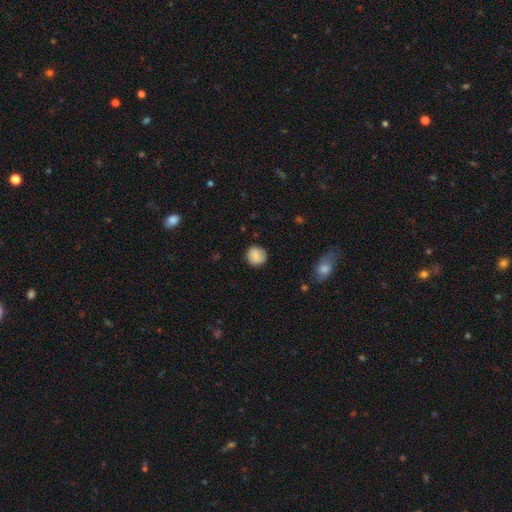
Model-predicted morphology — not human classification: Q: Smooth or featured?
A: smooth (84%); runner-up: star or artifact (8%)
Q: How rounded?
A: round (86%); runner-up: in between (13%)
Q: Merging?
A: none (81%); runner-up: minor disturbance (14%)